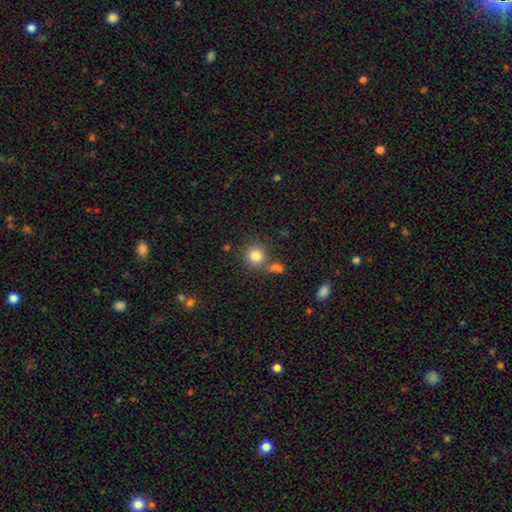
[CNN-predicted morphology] Smooth or featured: smooth — 82% (star or artifact — 11%)
How rounded: round — 90% (in between — 9%)
Merging: none — 71% (merger — 16%)